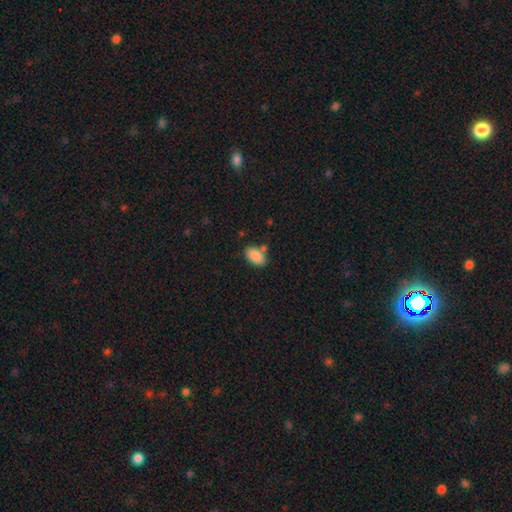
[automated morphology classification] smooth 88%, star or artifact 7%, featured or disk 5%. Down the decision tree: how rounded — in between (93%); merging — none (71%).